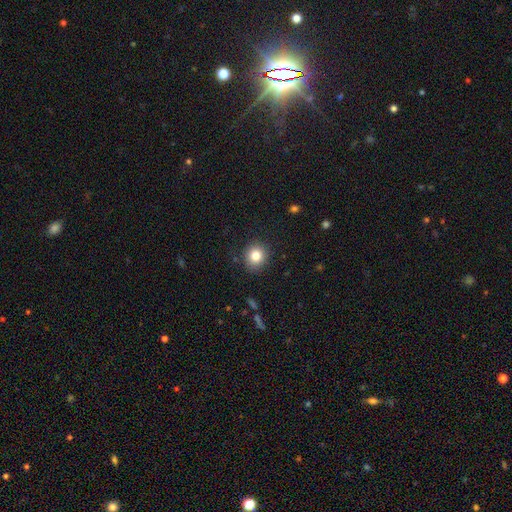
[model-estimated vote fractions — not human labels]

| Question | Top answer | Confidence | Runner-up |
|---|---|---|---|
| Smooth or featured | smooth | 82% | star or artifact (11%) |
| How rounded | round | 85% | in between (14%) |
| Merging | none | 89% | minor disturbance (8%) |